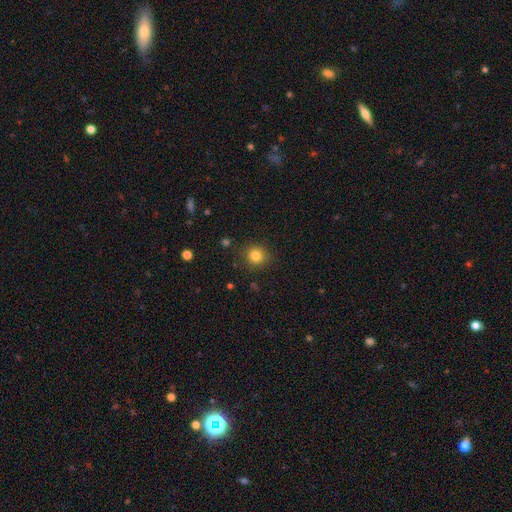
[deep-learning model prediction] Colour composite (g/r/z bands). It shows a smooth galaxy with no disk features (82%) that is round (89%). Merging: none (87%).